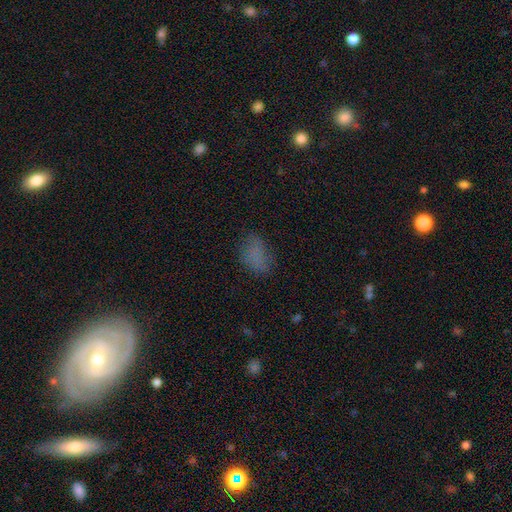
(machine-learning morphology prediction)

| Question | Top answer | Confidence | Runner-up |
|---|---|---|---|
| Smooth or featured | smooth | 74% | star or artifact (15%) |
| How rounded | in between | 85% | round (13%) |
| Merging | none | 65% | minor disturbance (23%) |